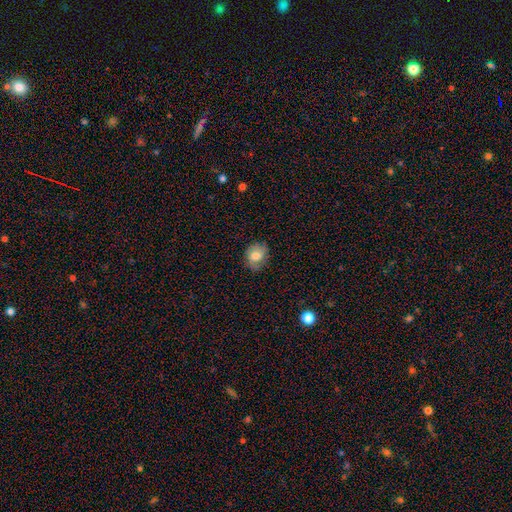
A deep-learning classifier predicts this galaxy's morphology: A smooth galaxy with no disk features (72%) that is round (62%).

Vote fractions:
- Smooth or featured? smooth: 72% / featured or disk: 19% / star or artifact: 9%
- How rounded? round: 62% / in between: 37% / cigar-shaped: 1%
- Merging? none: 72% / minor disturbance: 21% / major disturbance: 6% / merger: 1%